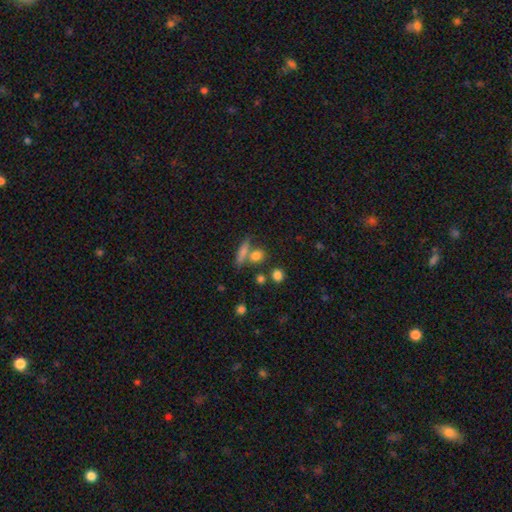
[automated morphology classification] type=smooth (75%); roundness=round (42%); merging=none (59%).